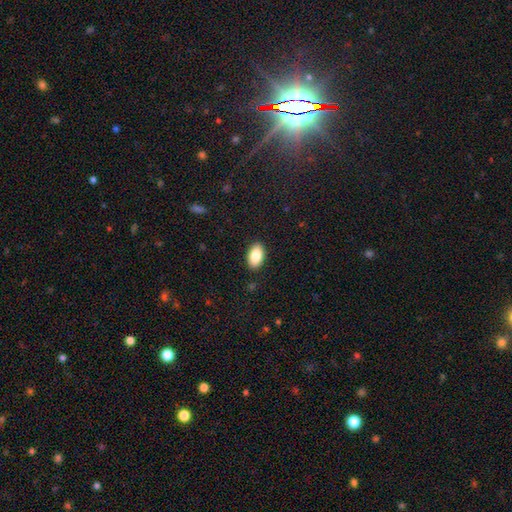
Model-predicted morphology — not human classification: type=smooth (85%); roundness=in between (94%); merging=none (90%).